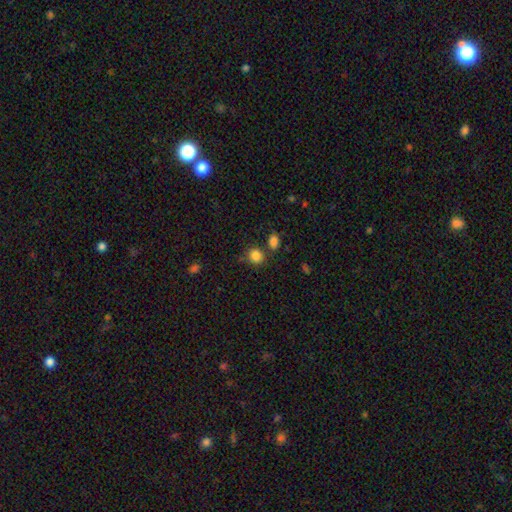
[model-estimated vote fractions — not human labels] smooth 85%, star or artifact 11%, featured or disk 4%. Down the decision tree: how rounded — round (77%); merging — none (73%).